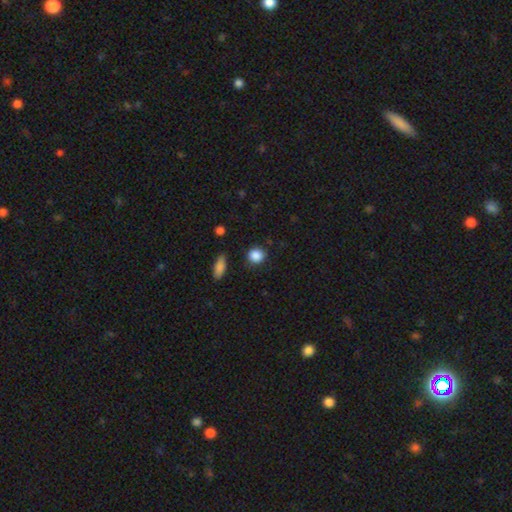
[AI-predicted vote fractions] A smooth galaxy with no disk features (88%) that is round (80%).

Vote fractions:
- Smooth or featured? smooth: 88% / star or artifact: 8% / featured or disk: 4%
- How rounded? round: 80% / in between: 19% / cigar-shaped: 2%
- Merging? none: 84% / minor disturbance: 11% / major disturbance: 3% / merger: 2%